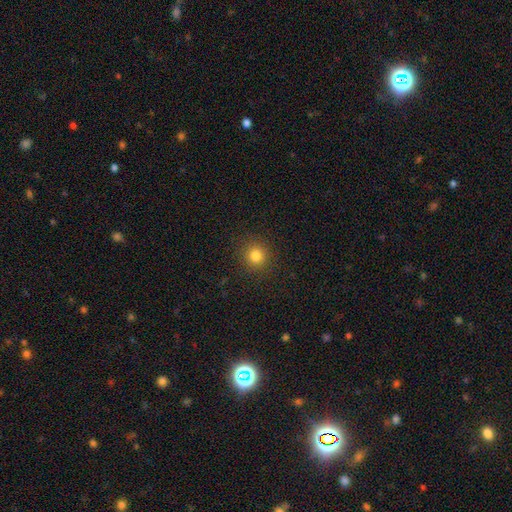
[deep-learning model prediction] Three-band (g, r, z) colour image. It shows a smooth galaxy with no disk features (81%) that is round (92%). Merging: none (90%).